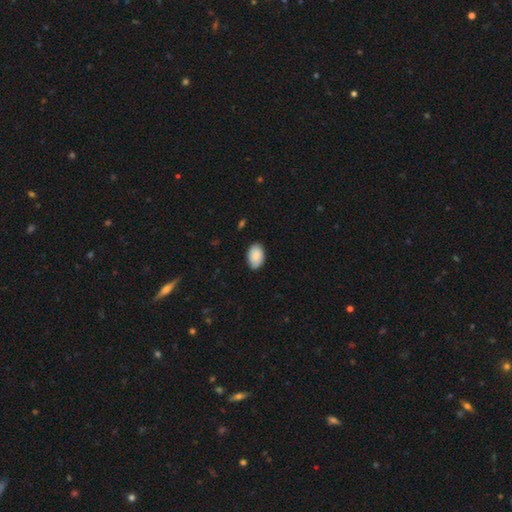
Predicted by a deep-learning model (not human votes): Morphology: type=smooth (85%); roundness=in between (89%); merging=none (84%).